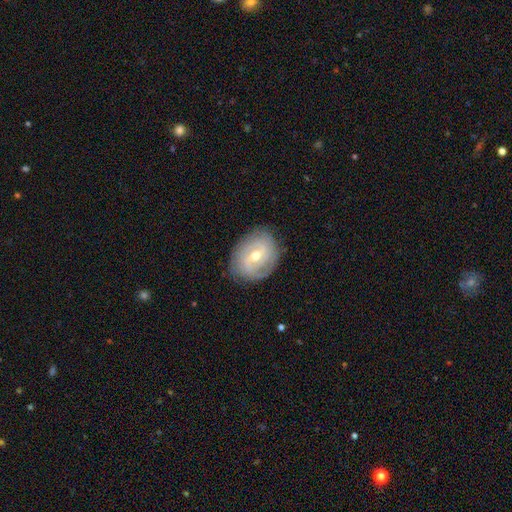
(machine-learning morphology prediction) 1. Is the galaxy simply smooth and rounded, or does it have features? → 75% featured or disk, 19% smooth, 6% star or artifact.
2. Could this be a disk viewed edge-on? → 96% no, 4% yes.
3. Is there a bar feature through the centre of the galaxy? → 50% weak, 32% no, 18% strong.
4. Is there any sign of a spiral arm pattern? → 85% yes, 15% no.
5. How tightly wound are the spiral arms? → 57% tight, 32% medium, 11% loose.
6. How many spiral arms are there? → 52% 2, 28% can't tell, 10% 3, 4% 1, 3% 4, 2% more than 4.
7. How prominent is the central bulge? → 59% moderate, 37% small, 2% large, 1% none, 1% dominant.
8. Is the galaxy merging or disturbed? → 80% none, 14% minor disturbance, 4% major disturbance, 1% merger.